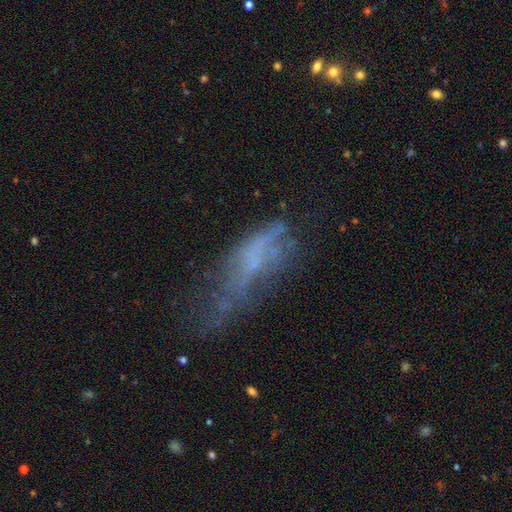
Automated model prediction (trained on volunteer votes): smooth_or_featured: featured or disk (p=0.44) [alt: smooth p=0.37]
merging: major disturbance (p=0.36) [alt: none p=0.31]